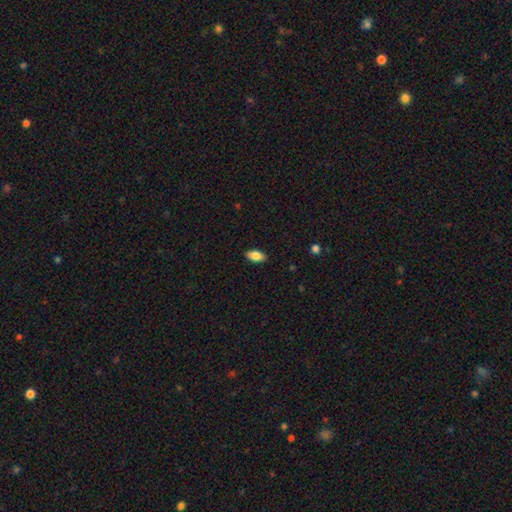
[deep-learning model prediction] Q: Smooth or featured?
A: smooth (83%); runner-up: featured or disk (10%)
Q: How rounded?
A: in between (92%); runner-up: cigar-shaped (5%)
Q: Merging?
A: none (89%); runner-up: minor disturbance (8%)